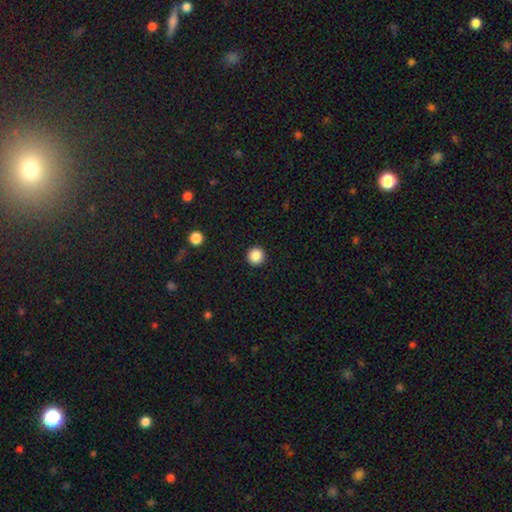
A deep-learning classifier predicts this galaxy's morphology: Smooth or featured? Predicted: smooth (p=0.88). How rounded? Predicted: round (p=0.96). Merging? Predicted: none (p=0.93).